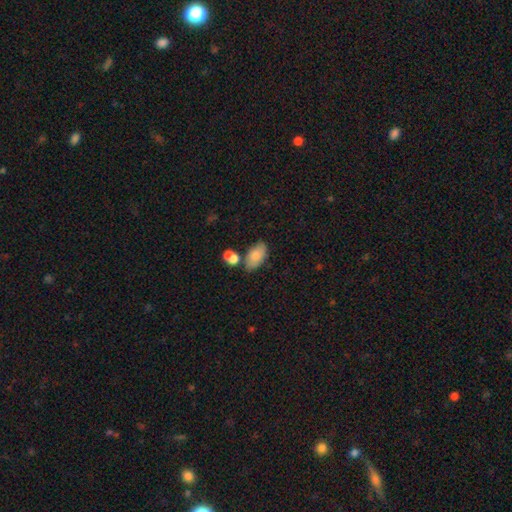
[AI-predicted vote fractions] A smooth galaxy with no disk features (81%) that is in between round and cigar-shaped (94%). Merging: none (59%).